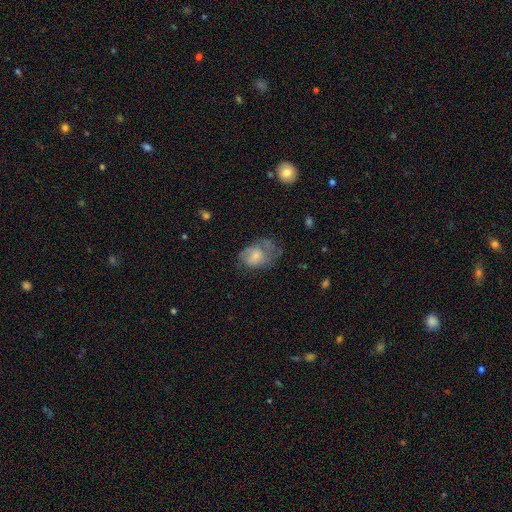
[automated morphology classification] A smooth galaxy with no disk features (54%) that is in between round and cigar-shaped (79%). Merging: none (37%).